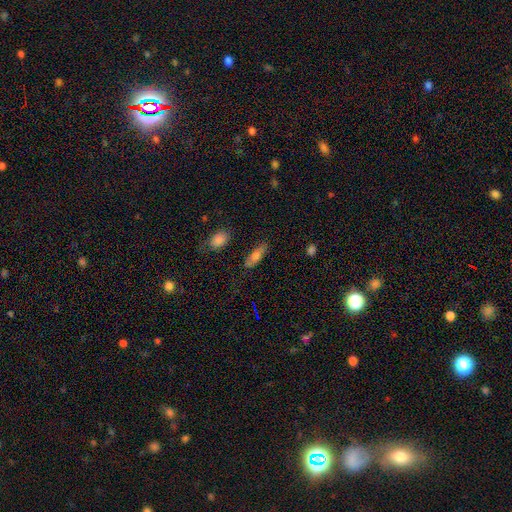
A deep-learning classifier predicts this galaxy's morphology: A smooth galaxy with no disk features (69%) that is in between round and cigar-shaped (65%).

Vote fractions:
- Smooth or featured? smooth: 69% / featured or disk: 22% / star or artifact: 9%
- How rounded? in between: 65% / cigar-shaped: 32% / round: 3%
- Merging? none: 77% / minor disturbance: 16% / major disturbance: 4% / merger: 3%